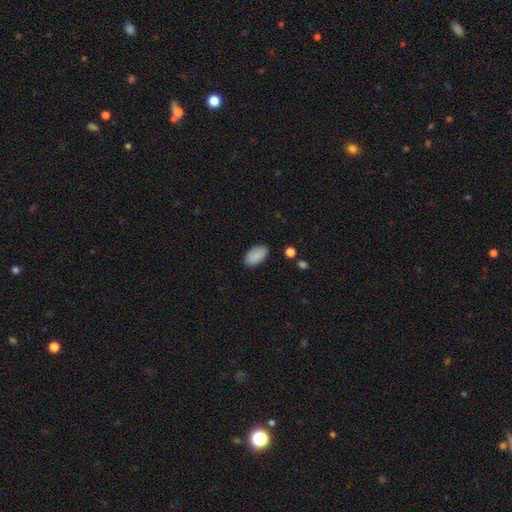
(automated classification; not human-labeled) Smooth or featured? smooth (88%)
How rounded? in between (94%)
Merging? none (83%)